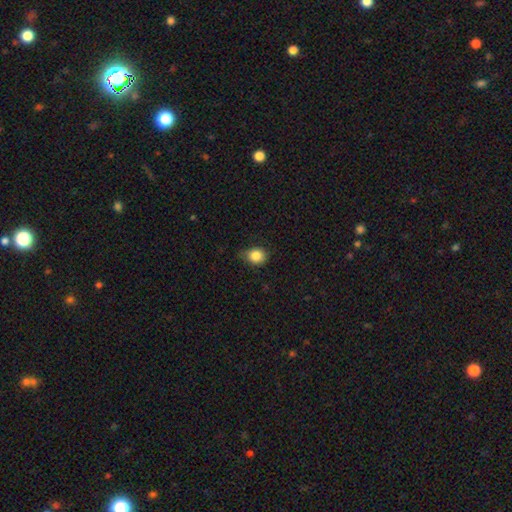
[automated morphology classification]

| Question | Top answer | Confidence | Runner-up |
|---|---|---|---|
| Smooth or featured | smooth | 84% | star or artifact (10%) |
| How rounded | round | 67% | in between (32%) |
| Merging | none | 62% | minor disturbance (31%) |